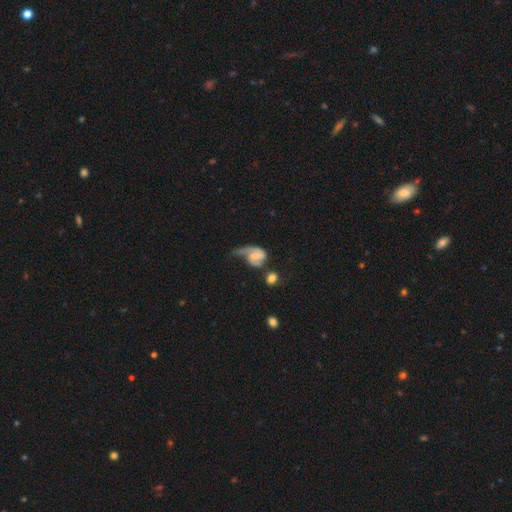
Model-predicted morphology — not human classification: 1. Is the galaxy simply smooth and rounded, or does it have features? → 67% featured or disk, 26% smooth, 7% star or artifact.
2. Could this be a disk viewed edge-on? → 97% no, 3% yes.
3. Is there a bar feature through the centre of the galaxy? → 43% no, 42% weak, 14% strong.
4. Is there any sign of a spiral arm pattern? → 88% yes, 12% no.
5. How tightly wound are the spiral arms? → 43% loose, 37% medium, 20% tight.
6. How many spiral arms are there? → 49% 2, 41% 1, 7% can't tell, 2% 3, 1% 4, 1% more than 4.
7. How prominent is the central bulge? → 44% small, 29% moderate, 20% none, 5% large, 2% dominant.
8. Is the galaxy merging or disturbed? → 40% major disturbance, 24% none, 21% minor disturbance, 15% merger.